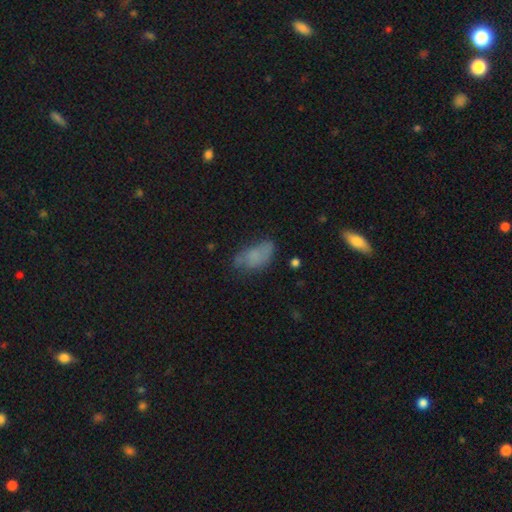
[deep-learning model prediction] smooth-or-featured: smooth: 70% | featured or disk: 18% | star or artifact: 11%
  how-rounded: in between: 90% | cigar-shaped: 5% | round: 5%
  merging: none: 44% | minor disturbance: 33% | major disturbance: 18% | merger: 5%